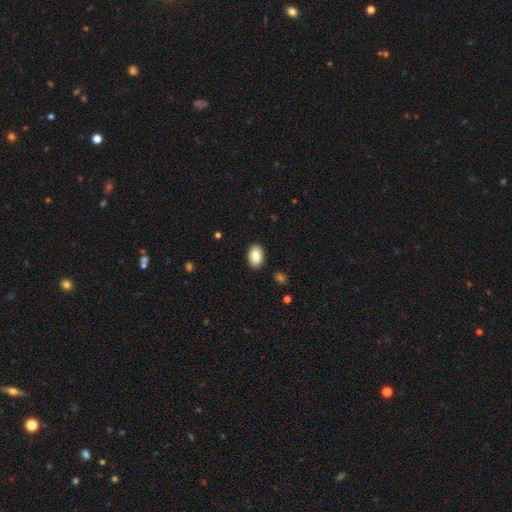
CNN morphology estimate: Smooth or featured: smooth — 84% (featured or disk — 9%)
How rounded: in between — 89% (round — 10%)
Merging: none — 89% (minor disturbance — 8%)